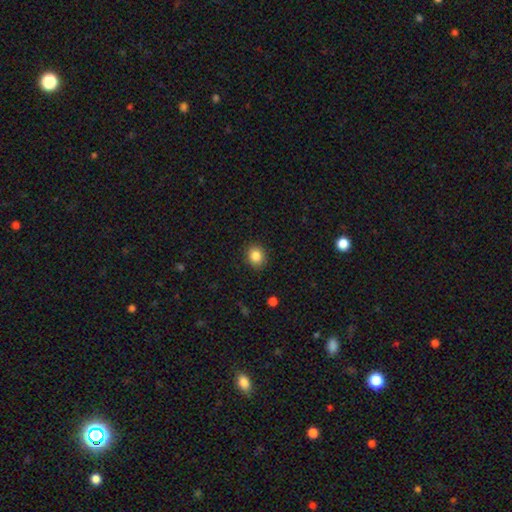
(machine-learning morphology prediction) A smooth galaxy with no disk features (85%) that is round (70%). Merging: none (89%).